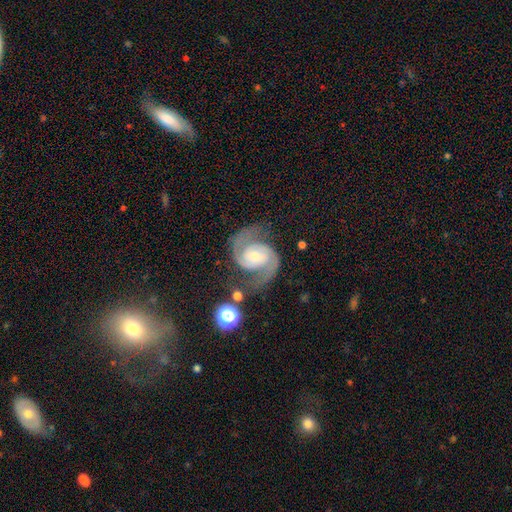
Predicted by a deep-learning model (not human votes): featured or disk 90%, star or artifact 6%, smooth 4%. Down the decision tree: edge-on disk — no (98%); bar — no (54%); spiral arms — yes (98%); spiral arm count — 2 (94%); spiral winding — medium (58%); bulge size — small (53%); merging — none (74%).